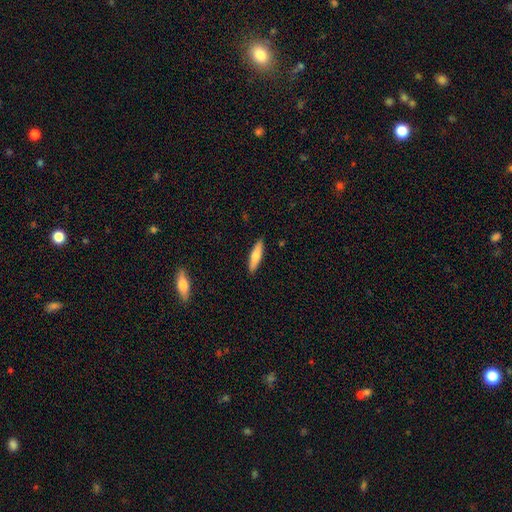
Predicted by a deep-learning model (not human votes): A smooth galaxy with no disk features (68%) that is cigar-shaped (74%).

Vote fractions:
- Smooth or featured? smooth: 68% / featured or disk: 26% / star or artifact: 6%
- How rounded? cigar-shaped: 74% / in between: 24% / round: 2%
- Merging? none: 90% / minor disturbance: 7% / major disturbance: 2% / merger: 1%